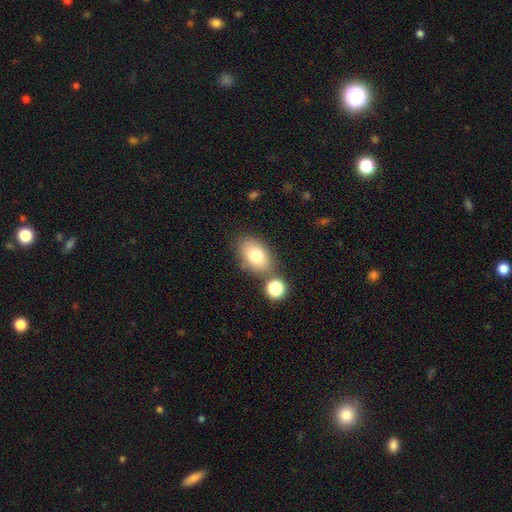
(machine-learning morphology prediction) Q: Smooth or featured?
A: smooth (78%); runner-up: featured or disk (13%)
Q: How rounded?
A: in between (87%); runner-up: round (11%)
Q: Merging?
A: none (69%); runner-up: merger (14%)